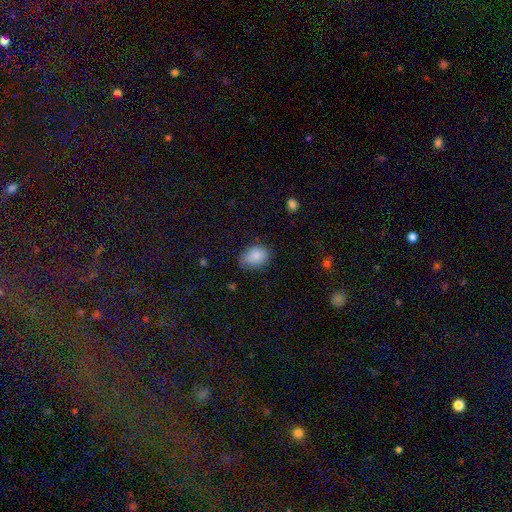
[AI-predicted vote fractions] Morphology: type=smooth (87%); roundness=in between (72%); merging=none (71%).